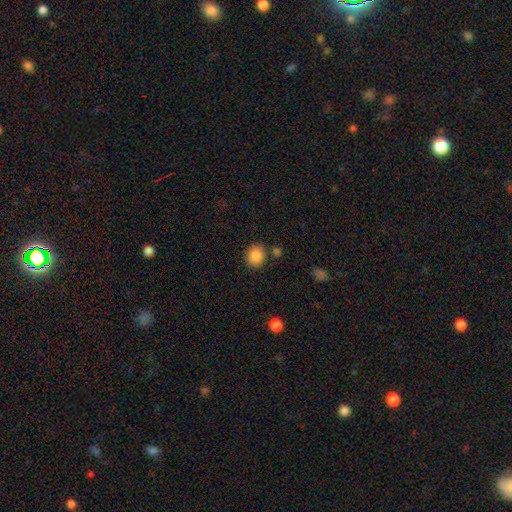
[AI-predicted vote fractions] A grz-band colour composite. It shows a smooth galaxy with no disk features (87%) that is round (68%). Merging: none (82%).